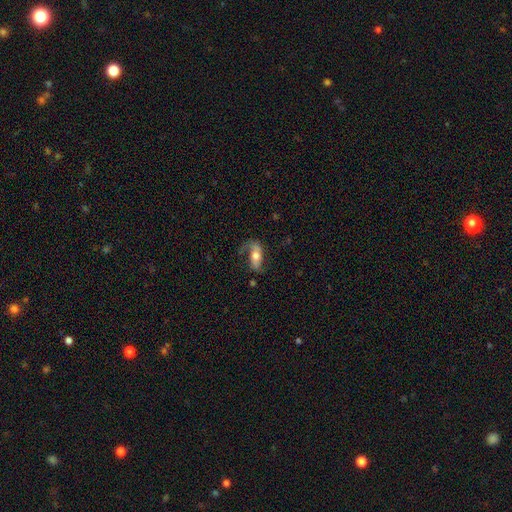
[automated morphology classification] type=featured or disk (59%); edge-on=no (87%); bar=no (51%); spiral arms=yes (83%); bulge=moderate (66%); merging=none (52%).